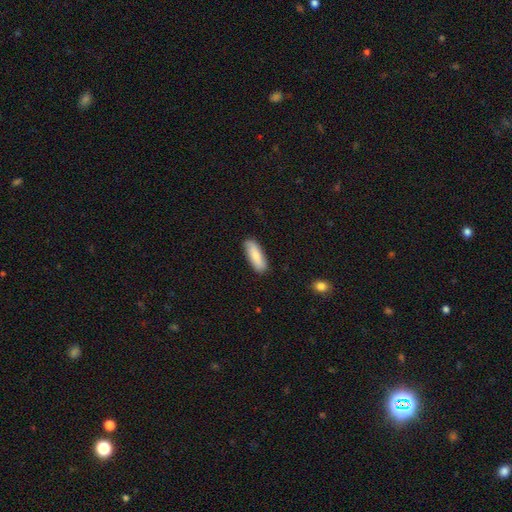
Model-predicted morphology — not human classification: type=smooth (78%); roundness=in between (64%); merging=none (86%).